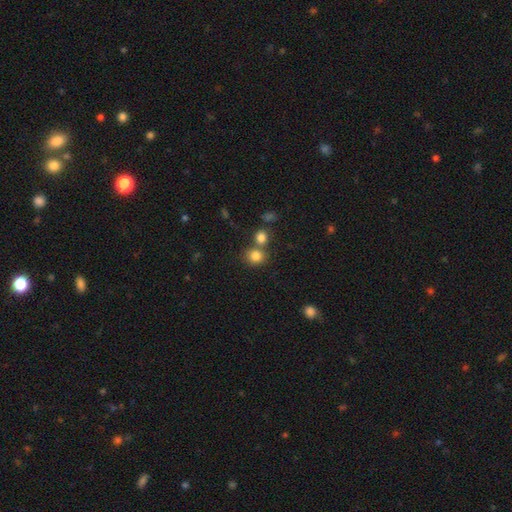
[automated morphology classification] Smooth or featured? Predicted: smooth (p=0.81). How rounded? Predicted: round (p=0.81). Merging? Predicted: none (p=0.59).